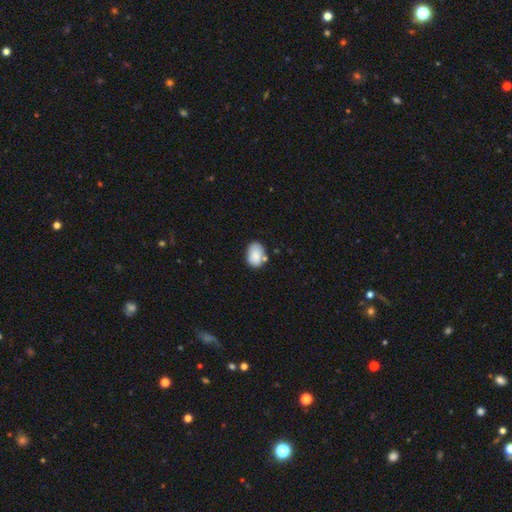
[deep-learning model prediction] This appears to be a smooth galaxy with no disk features (85%) that is in between round and cigar-shaped (82%). Merging: none (64%).